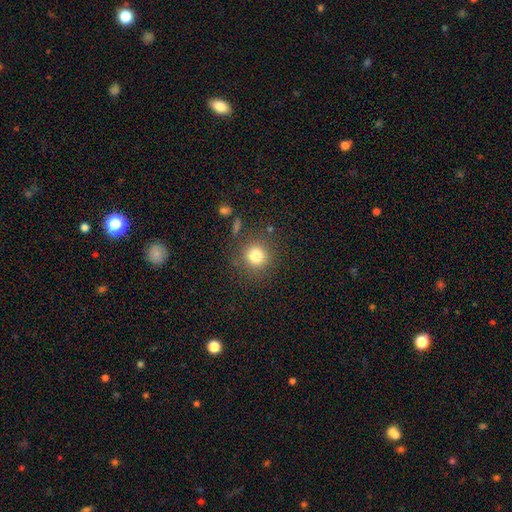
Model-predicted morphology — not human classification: Smooth or featured: smooth — 81% (star or artifact — 12%)
How rounded: round — 92% (in between — 7%)
Merging: none — 84% (minor disturbance — 9%)